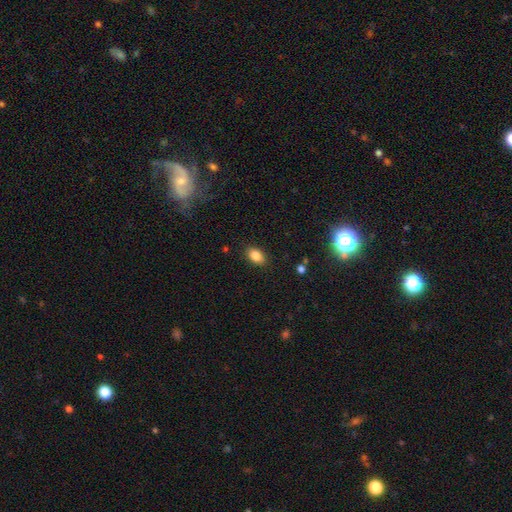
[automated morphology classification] Smooth or featured? Predicted: smooth (p=0.85). How rounded? Predicted: in between (p=0.86). Merging? Predicted: none (p=0.87).